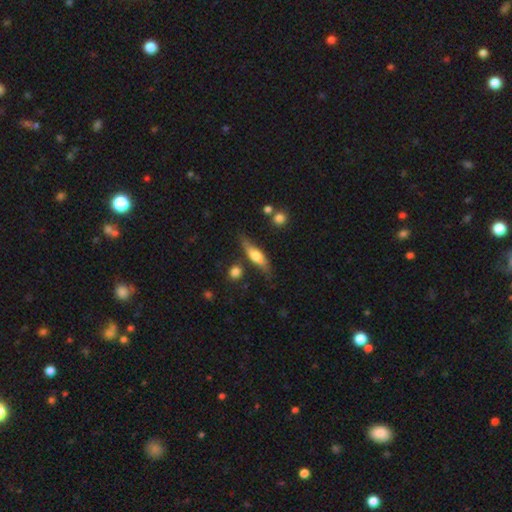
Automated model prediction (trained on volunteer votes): smooth_or_featured: smooth (p=0.49) [alt: featured or disk p=0.45]
merging: none (p=0.68) [alt: minor disturbance p=0.20]